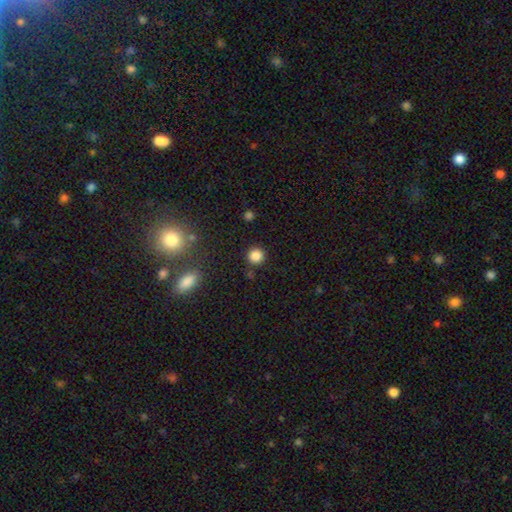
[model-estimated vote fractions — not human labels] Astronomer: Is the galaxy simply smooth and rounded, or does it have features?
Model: smooth — 84%.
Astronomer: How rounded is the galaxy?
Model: round — 92%.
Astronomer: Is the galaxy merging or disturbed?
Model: none — 88%.